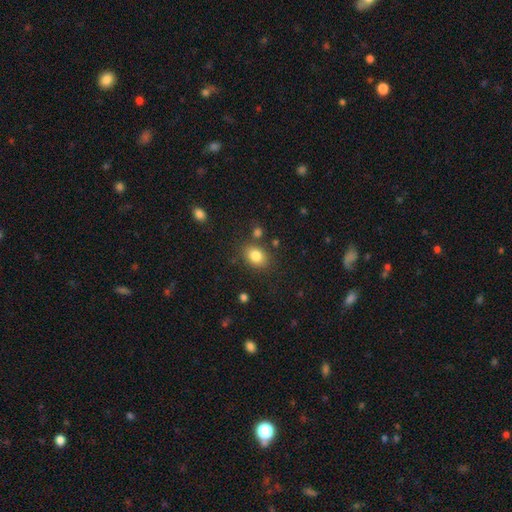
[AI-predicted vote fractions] Q: Smooth or featured?
A: smooth (83%); runner-up: star or artifact (10%)
Q: How rounded?
A: in between (67%); runner-up: round (32%)
Q: Merging?
A: none (78%); runner-up: minor disturbance (12%)